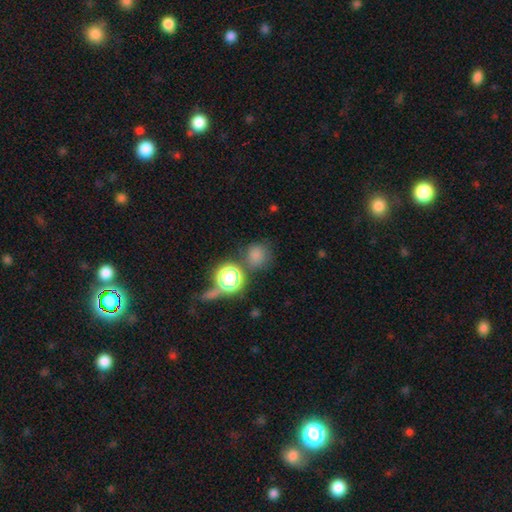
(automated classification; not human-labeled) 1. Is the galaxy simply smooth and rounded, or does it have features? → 58% smooth, 33% star or artifact, 9% featured or disk.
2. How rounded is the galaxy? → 88% round, 11% in between, 1% cigar-shaped.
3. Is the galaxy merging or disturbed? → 71% none, 12% minor disturbance, 11% merger, 7% major disturbance.